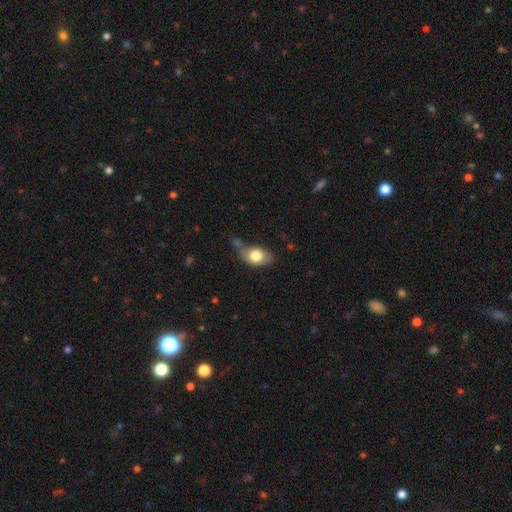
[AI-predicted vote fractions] This is likely a smooth galaxy (76%). How rounded: clearly in between (86%). Merging: possibly none (50%).